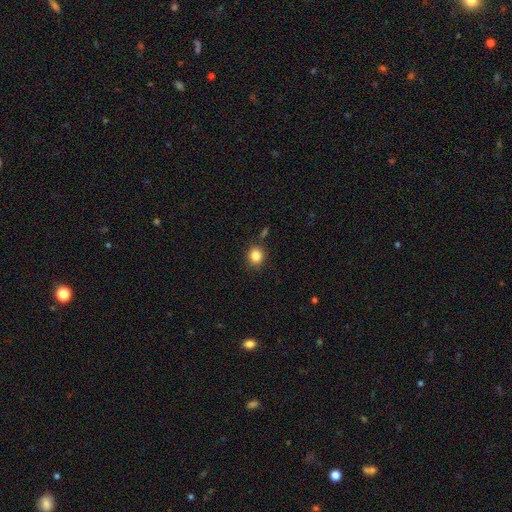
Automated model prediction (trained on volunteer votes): This is clearly a smooth galaxy (85%). How rounded: likely round (78%). Merging: clearly none (82%).